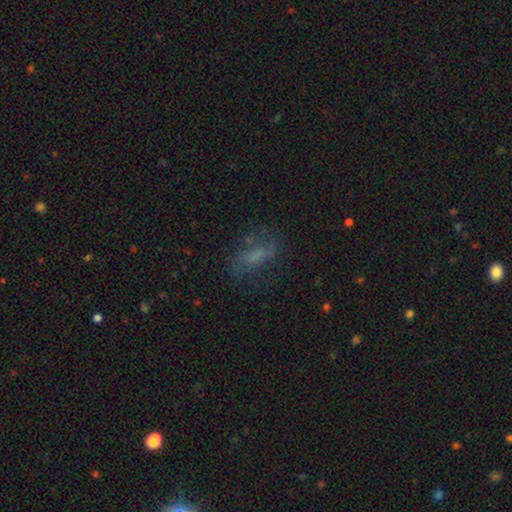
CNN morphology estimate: smooth_or_featured: smooth (p=0.47) [alt: featured or disk p=0.32]
merging: none (p=0.62) [alt: minor disturbance p=0.20]